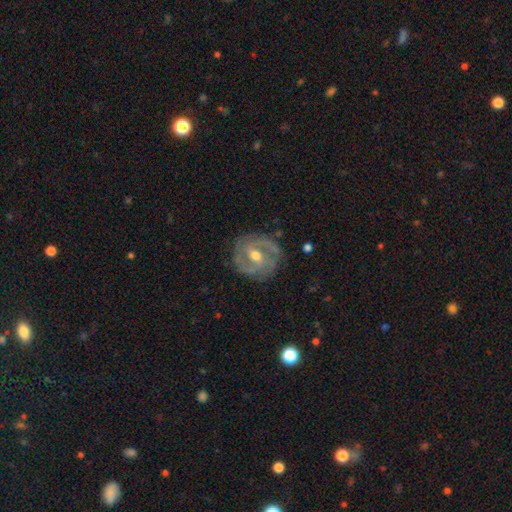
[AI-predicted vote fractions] smooth-or-featured: featured or disk: 83% | smooth: 11% | star or artifact: 6%
  disk-edge-on: no: 97% | yes: 3%
    bar: weak: 48% | no: 28% | strong: 24%
    has-spiral-arms: yes: 90% | no: 10%
      spiral-winding: tight: 43% (tied) | medium: 43% (tied) | loose: 13%
      spiral-arm-count: 2: 67% | can't tell: 14% | 3: 11% | 1: 4% | 4: 3% | more than 4: 2%
    bulge-size: moderate: 73% | small: 22% | large: 3% | none: 1% | dominant: 1%
  merging: none: 79% | minor disturbance: 15% | major disturbance: 5% | merger: 1%